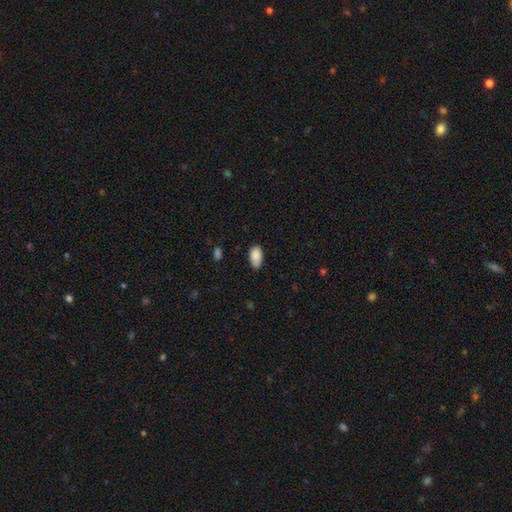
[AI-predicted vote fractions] Smooth or featured? Predicted: smooth (p=0.88). How rounded? Predicted: in between (p=0.94). Merging? Predicted: none (p=0.72).